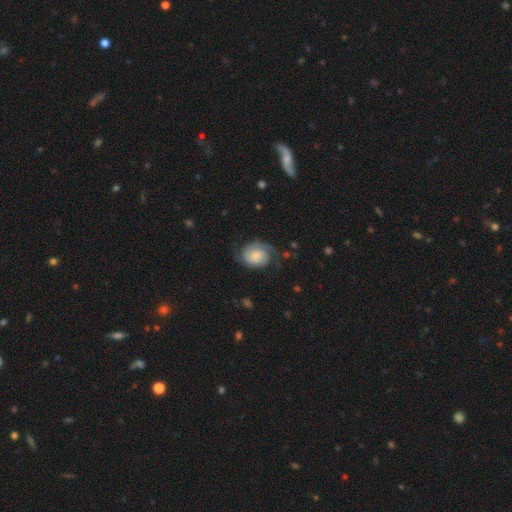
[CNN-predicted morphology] smooth_or_featured: featured or disk (p=0.57) [alt: smooth p=0.35]
disk_edge_on: no (p=0.97) [alt: yes p=0.03]
bar: no (p=0.71) [alt: weak p=0.25]
has_spiral_arms: yes (p=0.91) [alt: no p=0.09]
spiral_winding: medium (p=0.39) [alt: tight p=0.38]
spiral_arm_count: 2 (p=0.73) [alt: 1 p=0.11]
bulge_size: small (p=0.39) [alt: moderate p=0.26]
merging: none (p=0.62) [alt: minor disturbance p=0.23]